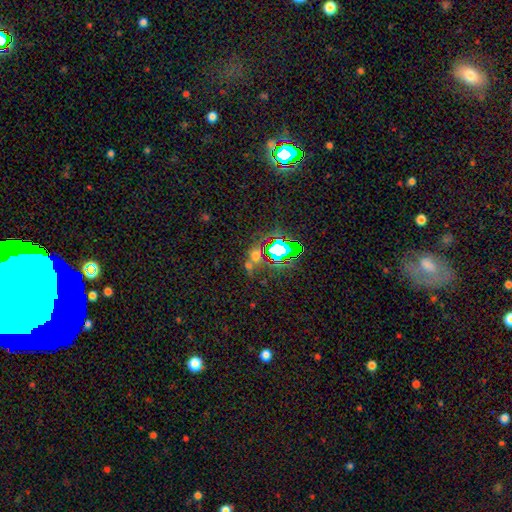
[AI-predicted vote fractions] Smooth or featured? Predicted: star or artifact (p=0.54).